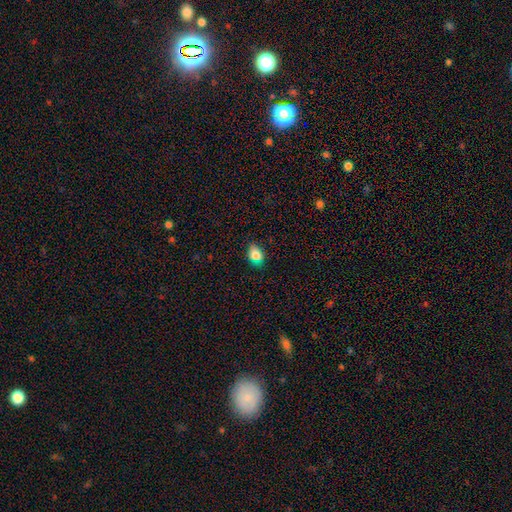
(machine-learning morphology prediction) A smooth galaxy with no disk features (82%) that is in between round and cigar-shaped (71%). Merging: none (73%).